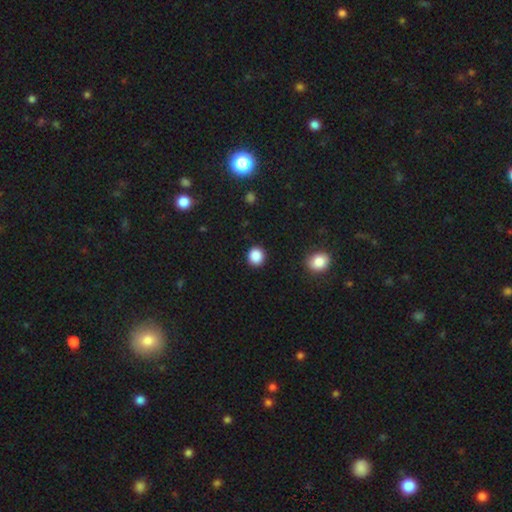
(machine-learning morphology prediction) Smooth or featured?
  - smooth: 88% *
  - star or artifact: 10%
  - featured or disk: 3%
How rounded?
  - round: 87% *
  - in between: 12%
  - cigar-shaped: 1%
Merging?
  - none: 90% *
  - minor disturbance: 6%
  - major disturbance: 2%
  - merger: 1%